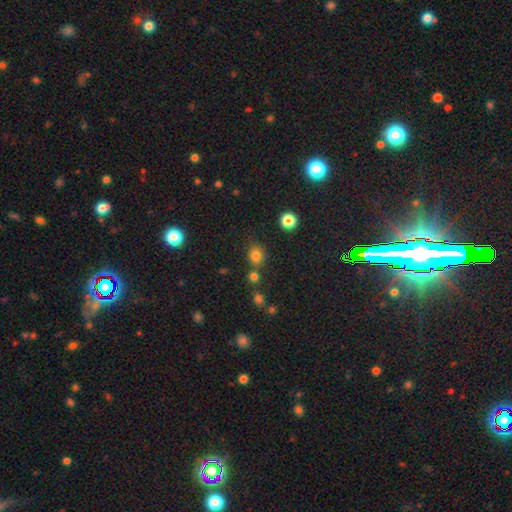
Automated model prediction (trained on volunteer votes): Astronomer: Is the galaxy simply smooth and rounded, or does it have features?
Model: smooth — 79%.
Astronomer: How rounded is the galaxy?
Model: round — 73%.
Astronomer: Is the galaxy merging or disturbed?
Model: none — 73%.